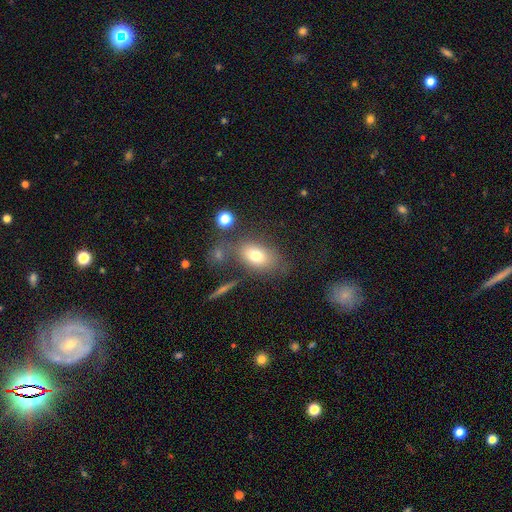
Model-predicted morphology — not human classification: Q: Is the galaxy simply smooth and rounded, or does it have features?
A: smooth — 73%.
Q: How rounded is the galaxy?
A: in between — 82%.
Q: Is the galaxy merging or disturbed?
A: none — 63%.